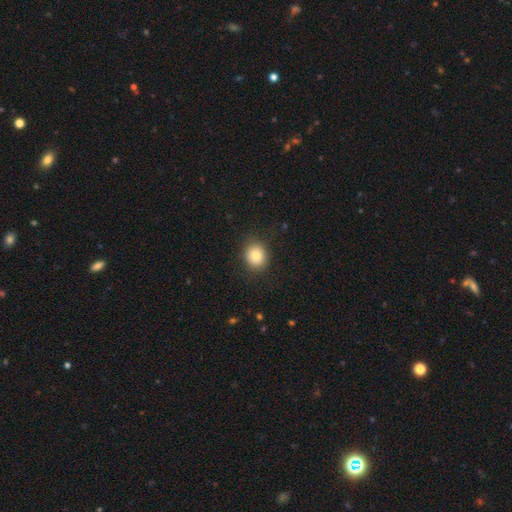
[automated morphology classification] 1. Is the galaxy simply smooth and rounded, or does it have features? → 83% smooth, 9% star or artifact, 7% featured or disk.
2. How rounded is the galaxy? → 70% round, 29% in between, 1% cigar-shaped.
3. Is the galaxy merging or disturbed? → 86% none, 10% minor disturbance, 3% major disturbance, 1% merger.